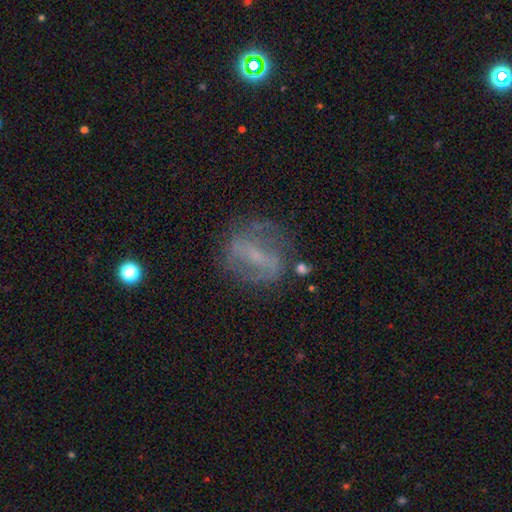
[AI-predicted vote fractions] Smooth or featured?
  - featured or disk: 64% *
  - smooth: 23%
  - star or artifact: 13%
Edge-on disk?
  - no: 92% *
  - yes: 8%
Bar?
  - strong: 41% *
  - weak: 39%
  - no: 20%
Spiral arms?
  - yes: 63% *
  - no: 37%
Bulge size?
  - small: 61% *
  - none: 22%
  - moderate: 15%
  - large: 1%
  - dominant: 1%
Merging?
  - none: 66% *
  - minor disturbance: 19%
  - major disturbance: 12%
  - merger: 3%